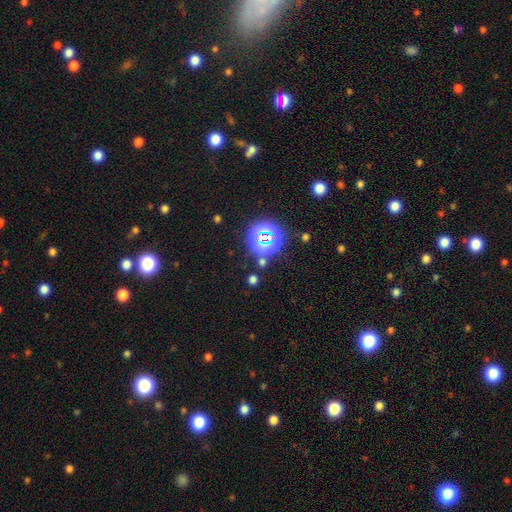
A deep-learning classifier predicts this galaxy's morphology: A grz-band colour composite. It shows a star or artifact, not a galaxy (72%).